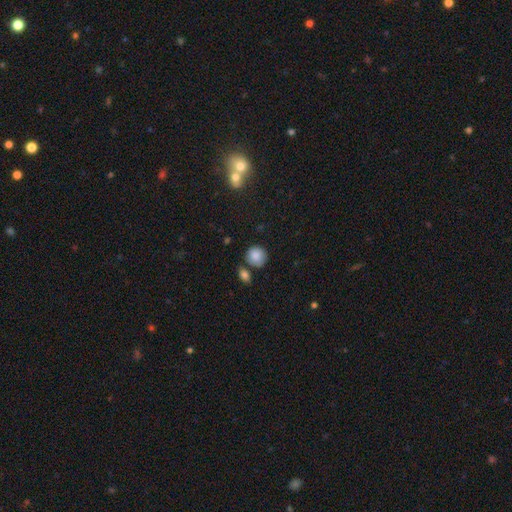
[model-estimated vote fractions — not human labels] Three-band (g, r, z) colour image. It shows a smooth galaxy with no disk features (85%) that is round (87%). Merging: none (67%).